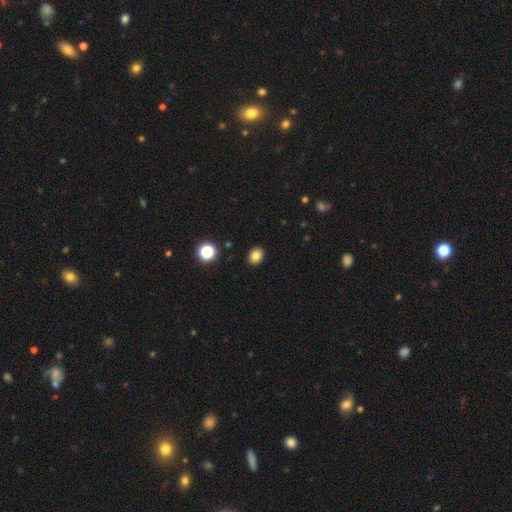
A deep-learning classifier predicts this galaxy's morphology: Smooth or featured? Predicted: smooth (p=0.82). How rounded? Predicted: in between (p=0.53). Merging? Predicted: none (p=0.90).